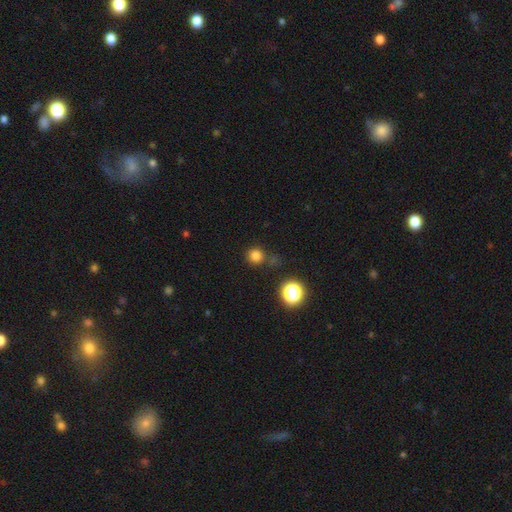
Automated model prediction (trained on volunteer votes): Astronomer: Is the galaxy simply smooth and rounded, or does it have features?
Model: smooth — 77%.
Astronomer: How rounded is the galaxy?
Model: round — 92%.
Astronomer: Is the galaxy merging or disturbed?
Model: none — 75%.